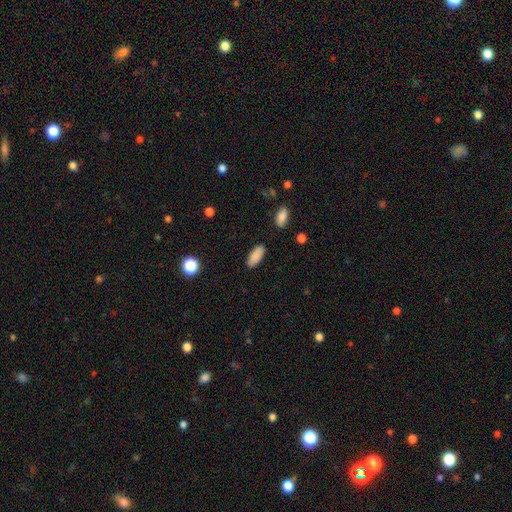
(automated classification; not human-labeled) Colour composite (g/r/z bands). It shows a smooth galaxy with no disk features (88%) that is in between round and cigar-shaped (81%). Merging: none (87%).